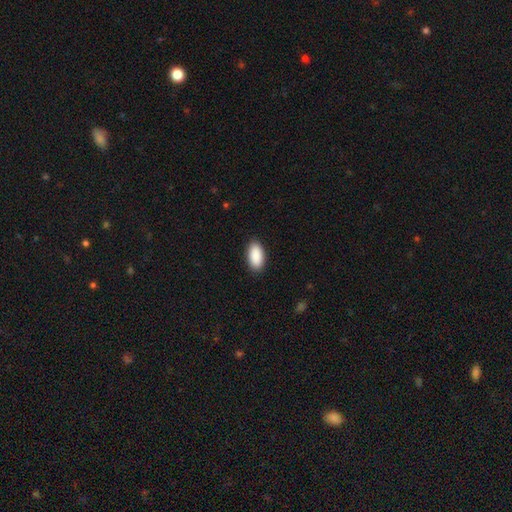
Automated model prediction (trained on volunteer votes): smooth 91%, star or artifact 6%, featured or disk 3%. Down the decision tree: how rounded — in between (94%); merging — none (89%).